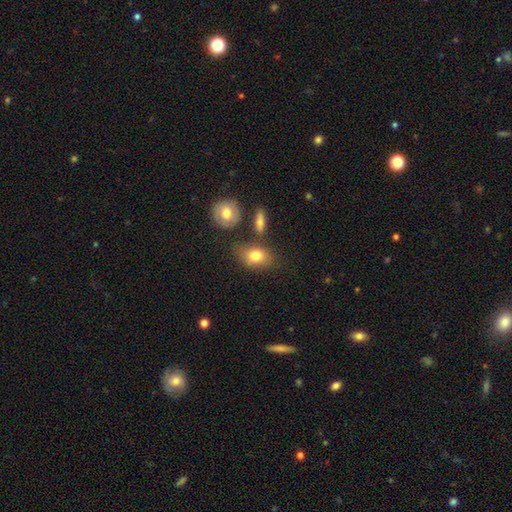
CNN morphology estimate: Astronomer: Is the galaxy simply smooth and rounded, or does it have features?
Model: smooth — 78%.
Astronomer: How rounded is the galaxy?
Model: in between — 74%.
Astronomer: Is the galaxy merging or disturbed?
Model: none — 65%.